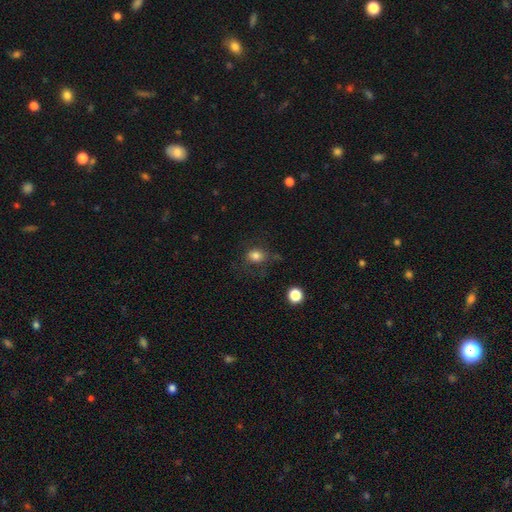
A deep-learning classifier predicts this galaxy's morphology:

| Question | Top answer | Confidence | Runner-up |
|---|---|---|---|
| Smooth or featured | smooth | 78% | star or artifact (12%) |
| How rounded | round | 55% | in between (44%) |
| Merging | none | 59% | minor disturbance (21%) |